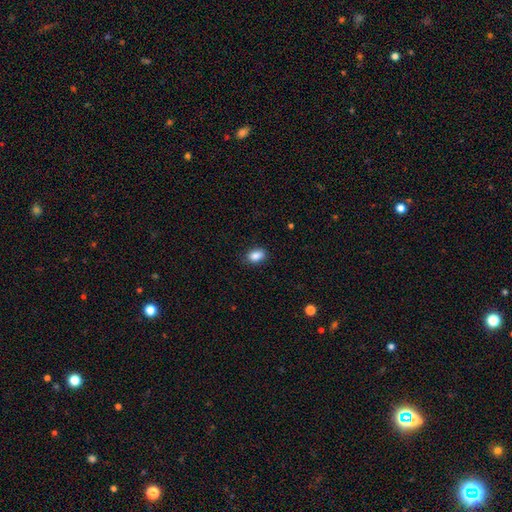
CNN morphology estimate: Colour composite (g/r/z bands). It shows a smooth galaxy with no disk features (87%) that is in between round and cigar-shaped (84%). Merging: none (85%).